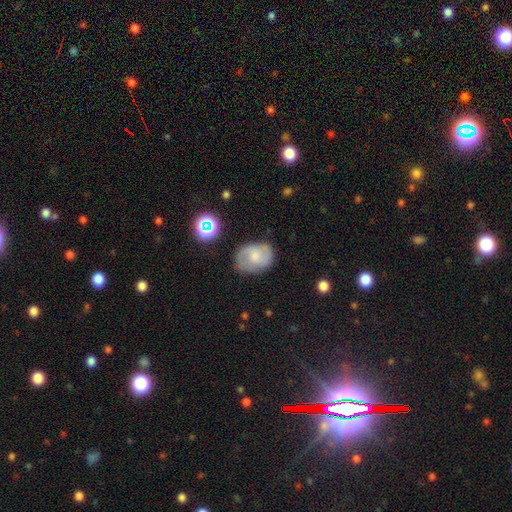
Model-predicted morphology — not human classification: Smooth or featured? Predicted: featured or disk (p=0.46). Merging? Predicted: none (p=0.71).